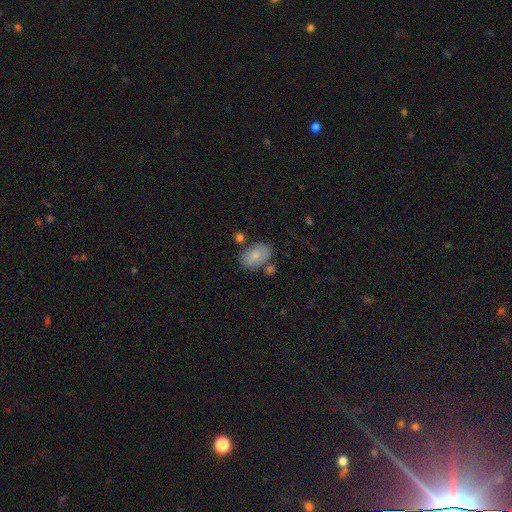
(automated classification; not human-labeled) The model was most divided on "merging": none: 68%, minor disturbance: 17%, merger: 11%, major disturbance: 4%. More confident: how rounded — in between (90%); smooth or featured — smooth (78%).